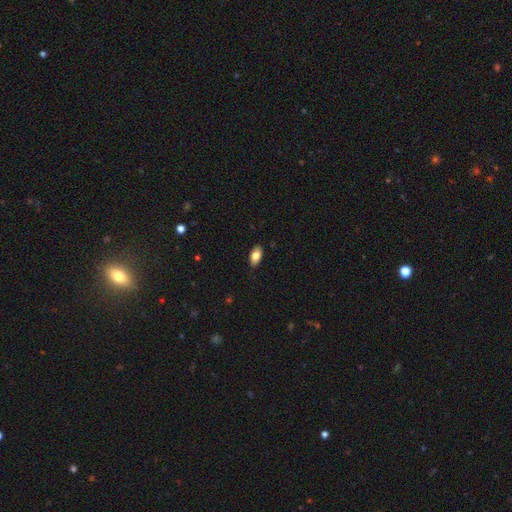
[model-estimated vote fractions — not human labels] Smooth or featured?
  - smooth: 82% *
  - featured or disk: 11%
  - star or artifact: 7%
How rounded?
  - in between: 92% *
  - round: 4%
  - cigar-shaped: 4%
Merging?
  - none: 87% *
  - minor disturbance: 10%
  - major disturbance: 2%
  - merger: 1%